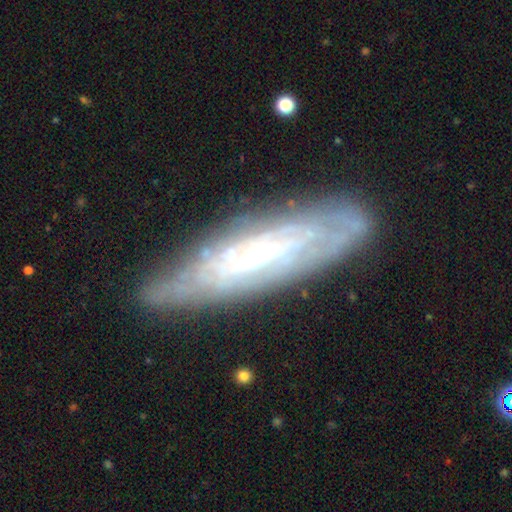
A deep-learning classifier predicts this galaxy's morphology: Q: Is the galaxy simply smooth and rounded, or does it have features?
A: featured or disk — 77%.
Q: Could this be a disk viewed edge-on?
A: no — 63%.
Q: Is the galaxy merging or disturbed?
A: none — 77%.